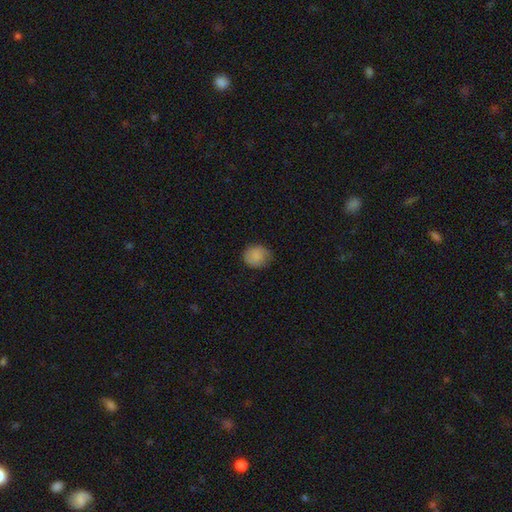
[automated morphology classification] smooth_or_featured: smooth (p=0.83) [alt: featured or disk p=0.09]
how_rounded: round (p=0.74) [alt: in between p=0.25]
merging: none (p=0.75) [alt: minor disturbance p=0.20]